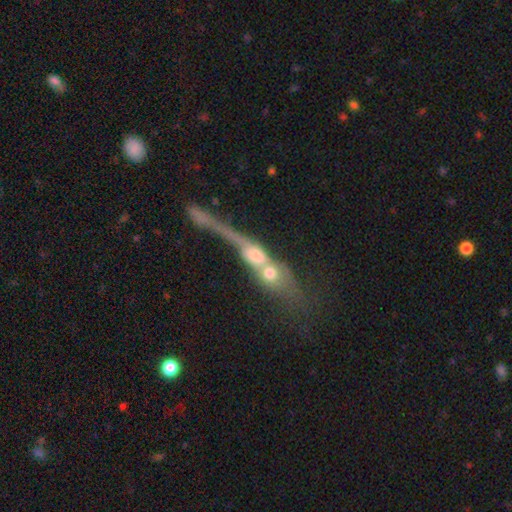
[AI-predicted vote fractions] smooth-or-featured: featured or disk: 53% | smooth: 36% | star or artifact: 11%
  disk-edge-on: yes: 61% | no: 39%
  merging: merger: 64% | none: 19% | major disturbance: 10% | minor disturbance: 7%